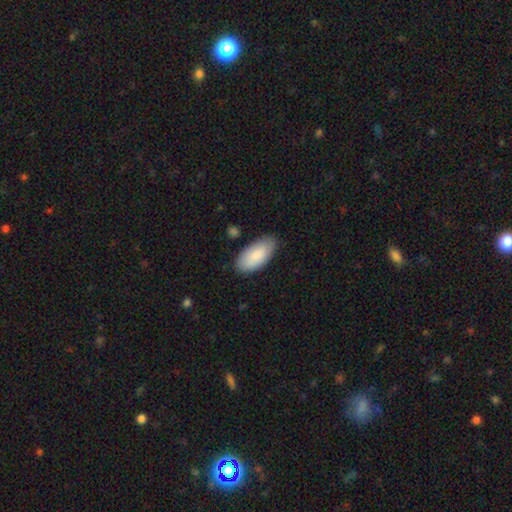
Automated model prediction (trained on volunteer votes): Smooth or featured?
  - smooth: 88% *
  - featured or disk: 7%
  - star or artifact: 5%
How rounded?
  - in between: 94% *
  - cigar-shaped: 5%
  - round: 2%
Merging?
  - none: 82% *
  - minor disturbance: 14%
  - major disturbance: 3%
  - merger: 2%